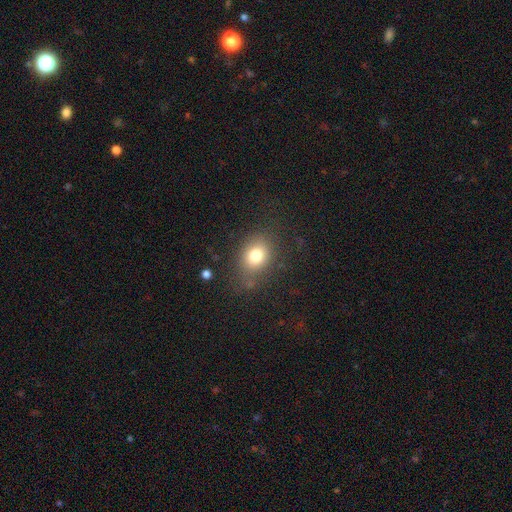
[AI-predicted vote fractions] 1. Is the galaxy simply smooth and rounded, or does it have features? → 77% smooth, 12% star or artifact, 11% featured or disk.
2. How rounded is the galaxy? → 50% in between, 49% round, 1% cigar-shaped.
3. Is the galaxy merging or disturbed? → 75% none, 15% minor disturbance, 7% major disturbance, 2% merger.